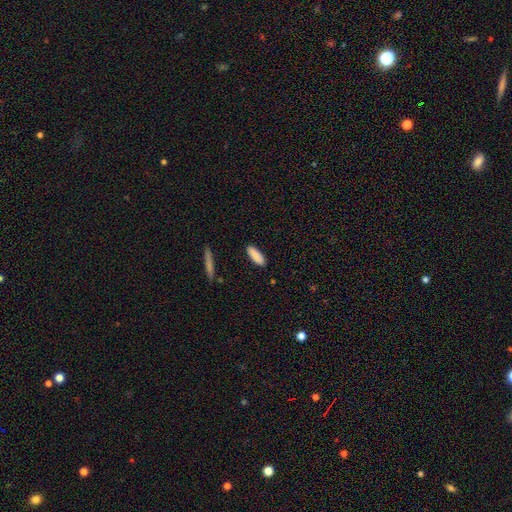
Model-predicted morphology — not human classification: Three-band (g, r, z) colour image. It shows a smooth galaxy with no disk features (88%) that is in between round and cigar-shaped (64%). Merging: none (88%).